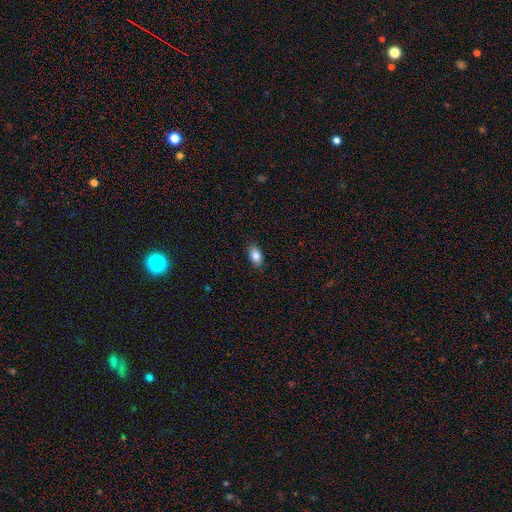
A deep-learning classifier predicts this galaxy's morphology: Overall: smooth (86%). How rounded: in between (91%). Merging: none (87%).